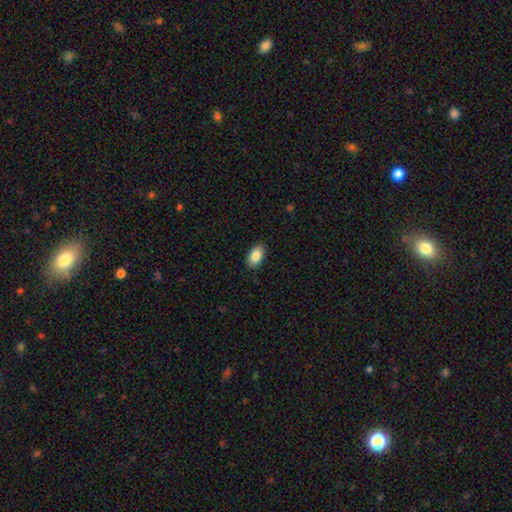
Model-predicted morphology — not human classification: smooth 86%, star or artifact 7%, featured or disk 7%. Down the decision tree: how rounded — in between (93%); merging — none (88%).